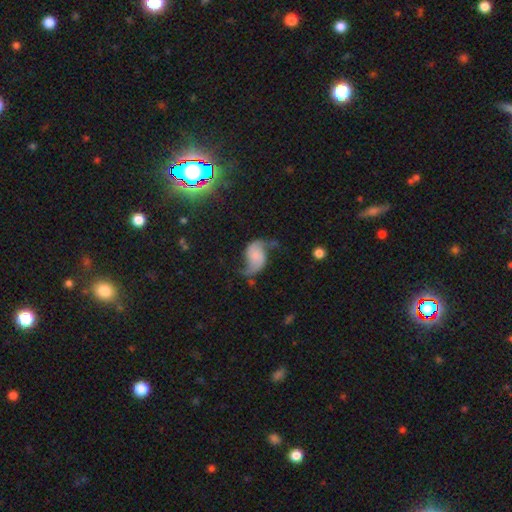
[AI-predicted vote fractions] Morphology: type=featured or disk (81%); edge-on=no (98%); bar=no (64%); spiral arms=yes (96%); winding=loose (77%); arm count=2 (93%); bulge=small (40%); merging=none (61%).